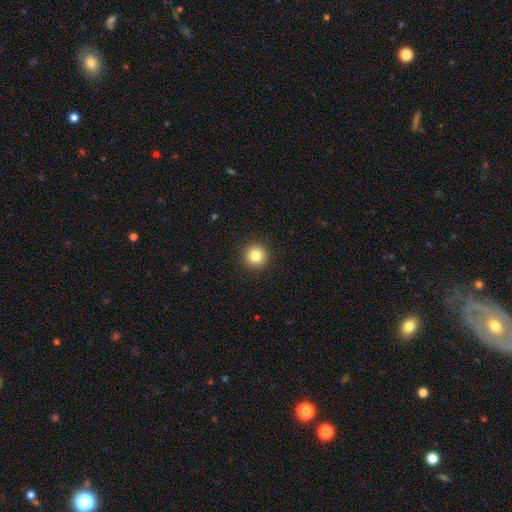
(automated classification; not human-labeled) Q: Smooth or featured?
A: smooth (83%); runner-up: star or artifact (11%)
Q: How rounded?
A: round (95%); runner-up: in between (4%)
Q: Merging?
A: none (93%); runner-up: minor disturbance (5%)